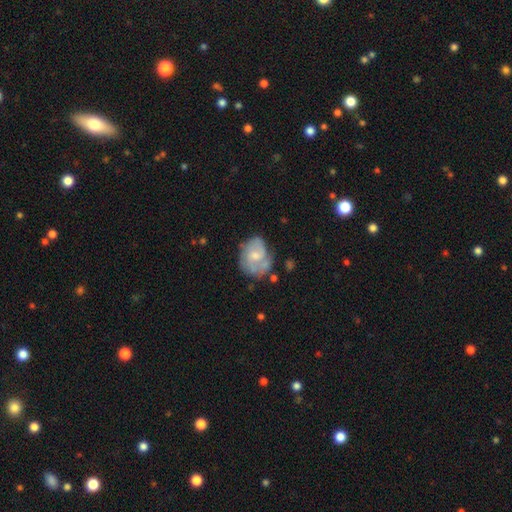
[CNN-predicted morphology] Smooth or featured? featured or disk (61%)
Edge-on disk? no (98%)
Bar? no (68%)
Spiral arms? yes (76%)
Bulge size? moderate (46%)
Merging? none (52%)